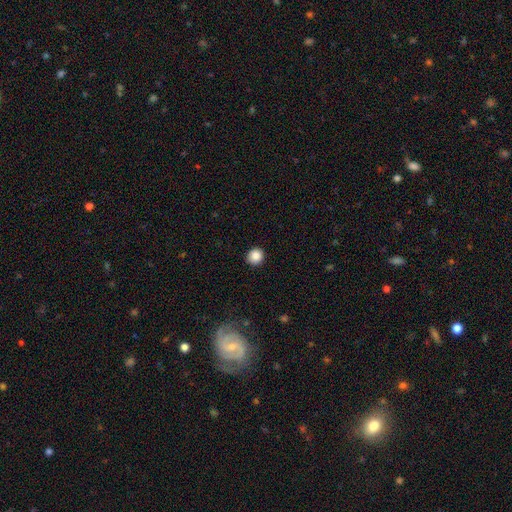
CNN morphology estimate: This is clearly a smooth galaxy (87%). How rounded: clearly round (93%). Merging: clearly none (92%).